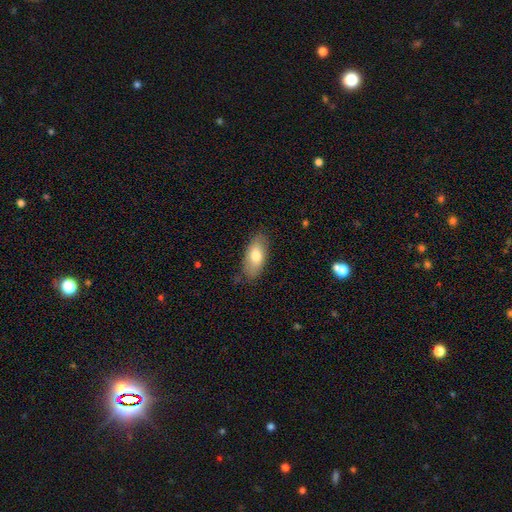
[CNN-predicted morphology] Q: Smooth or featured?
A: smooth (74%); runner-up: featured or disk (19%)
Q: How rounded?
A: in between (88%); runner-up: cigar-shaped (8%)
Q: Merging?
A: none (79%); runner-up: minor disturbance (16%)